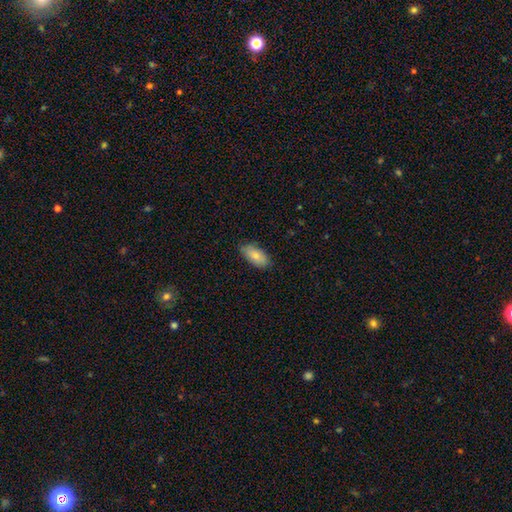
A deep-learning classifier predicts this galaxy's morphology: A smooth galaxy with no disk features (82%) that is in between round and cigar-shaped (91%). Merging: none (86%).